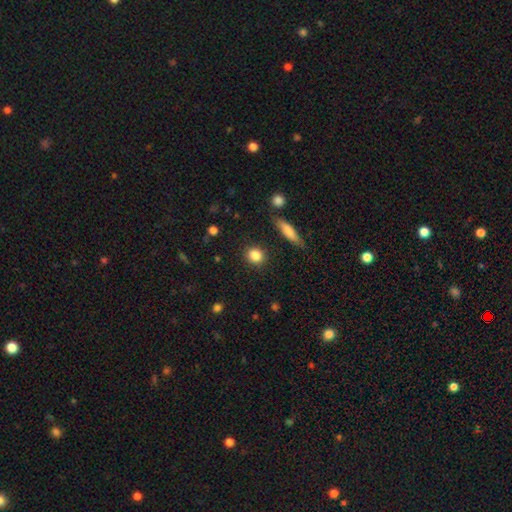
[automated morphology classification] Smooth or featured? smooth (85%)
How rounded? round (76%)
Merging? none (88%)